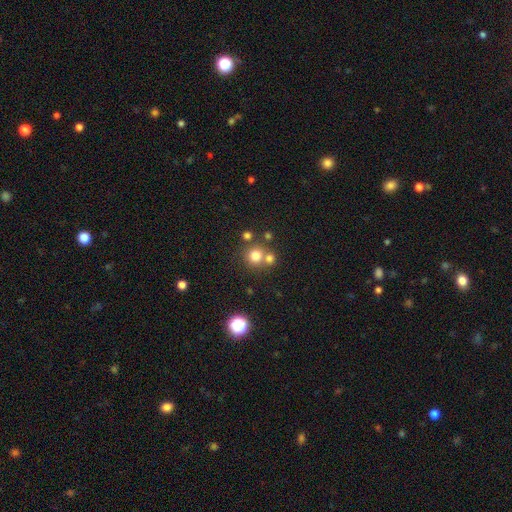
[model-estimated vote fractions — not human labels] Smooth or featured: smooth — 76% (star or artifact — 15%)
How rounded: round — 89% (in between — 10%)
Merging: none — 60% (merger — 29%)